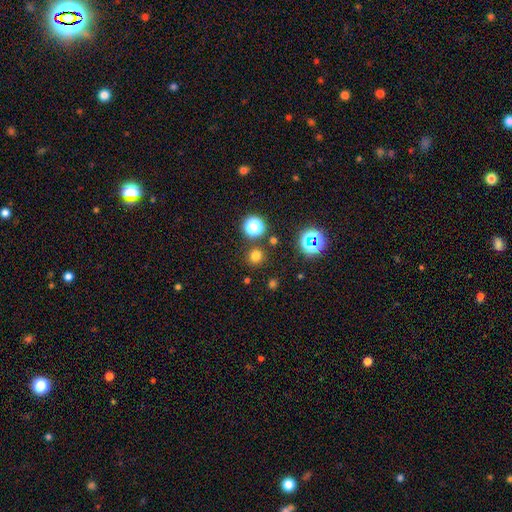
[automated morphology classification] Smooth or featured?
  - smooth: 71% *
  - star or artifact: 23%
  - featured or disk: 5%
How rounded?
  - round: 93% *
  - in between: 6%
  - cigar-shaped: 1%
Merging?
  - none: 88% *
  - minor disturbance: 6%
  - merger: 4%
  - major disturbance: 3%